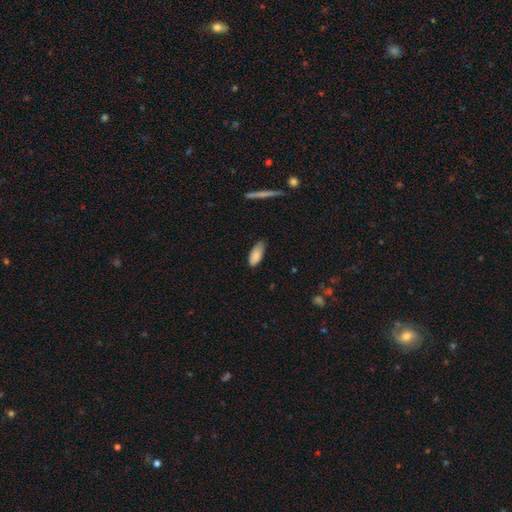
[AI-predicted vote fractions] Smooth or featured? smooth (86%)
How rounded? in between (86%)
Merging? none (73%)